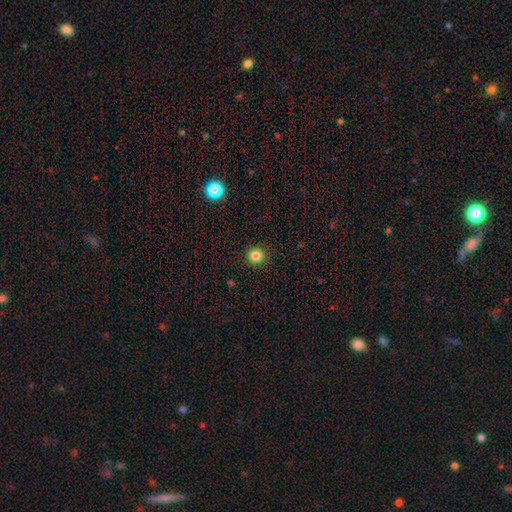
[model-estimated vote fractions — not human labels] This is clearly a smooth galaxy (83%). How rounded: clearly round (87%). Merging: clearly none (91%).